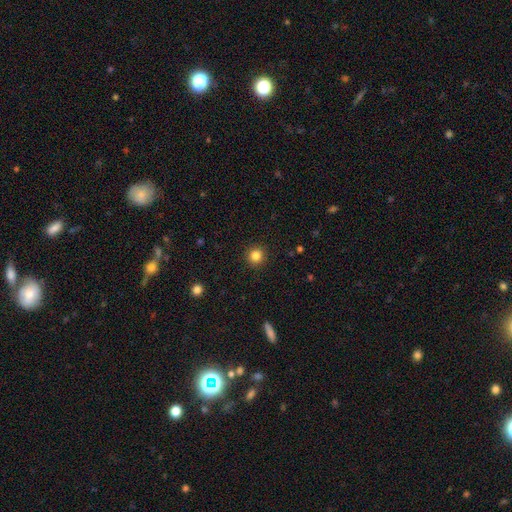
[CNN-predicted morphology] Smooth or featured: smooth — 84% (star or artifact — 12%)
How rounded: round — 95% (in between — 5%)
Merging: none — 92% (minor disturbance — 5%)